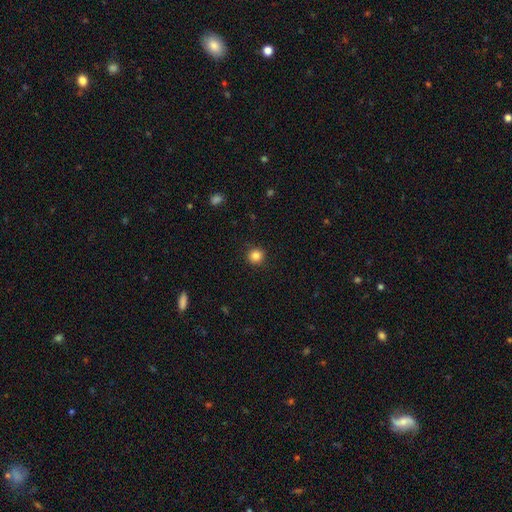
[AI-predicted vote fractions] Smooth or featured? Predicted: smooth (p=0.85). How rounded? Predicted: round (p=0.93). Merging? Predicted: none (p=0.91).